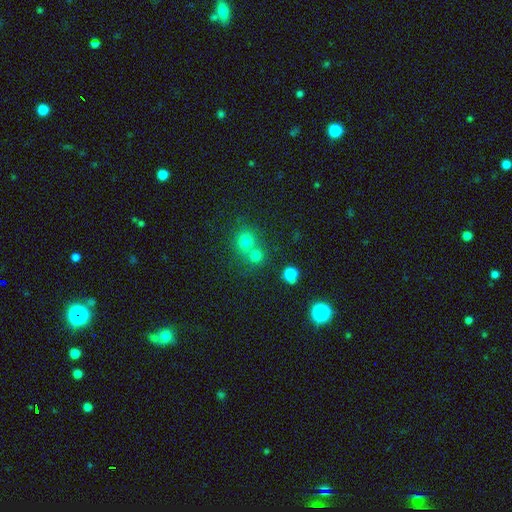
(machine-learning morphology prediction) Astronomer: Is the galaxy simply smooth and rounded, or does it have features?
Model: smooth — 74%.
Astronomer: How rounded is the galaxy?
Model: round — 85%.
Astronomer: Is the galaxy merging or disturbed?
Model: none — 51% (runner-up: merger, 41%).